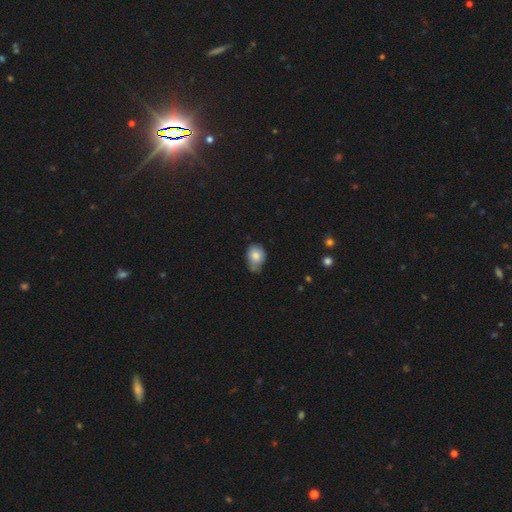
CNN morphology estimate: A smooth galaxy with no disk features (79%) that is in between round and cigar-shaped (60%).

Vote fractions:
- Smooth or featured? smooth: 79% / featured or disk: 13% / star or artifact: 8%
- How rounded? in between: 60% / round: 39% / cigar-shaped: 1%
- Merging? minor disturbance: 44% / none: 42% / major disturbance: 9% / merger: 5%